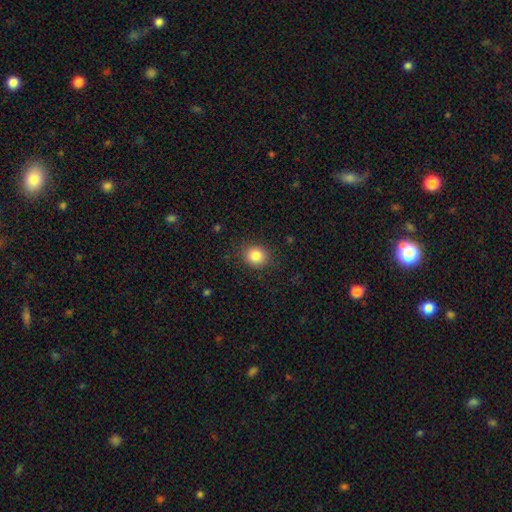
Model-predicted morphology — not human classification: A smooth galaxy with no disk features (84%) that is round (79%). Merging: none (87%).